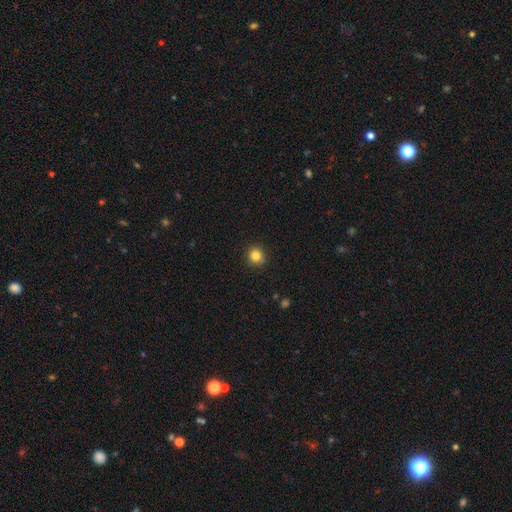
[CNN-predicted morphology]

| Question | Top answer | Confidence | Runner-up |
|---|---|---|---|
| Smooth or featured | smooth | 84% | star or artifact (11%) |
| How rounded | round | 92% | in between (7%) |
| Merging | none | 90% | minor disturbance (7%) |